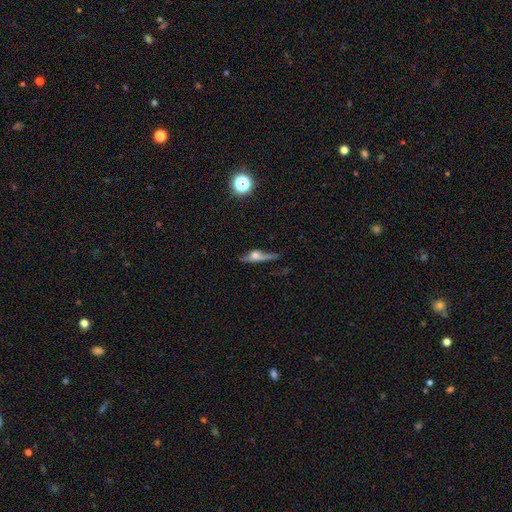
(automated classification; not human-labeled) Smooth or featured?
  - featured or disk: 61% *
  - smooth: 29%
  - star or artifact: 10%
Edge-on disk?
  - yes: 87% *
  - no: 13%
Edge-on bulge?
  - rounded: 90% *
  - boxy: 6%
  - none: 4%
Merging?
  - none: 55% *
  - minor disturbance: 25%
  - major disturbance: 16%
  - merger: 5%